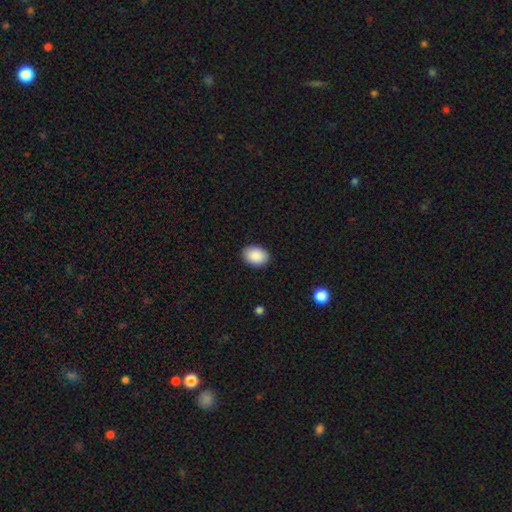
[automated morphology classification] Q: Smooth or featured?
A: smooth (90%); runner-up: star or artifact (7%)
Q: How rounded?
A: in between (73%); runner-up: round (26%)
Q: Merging?
A: none (89%); runner-up: minor disturbance (8%)